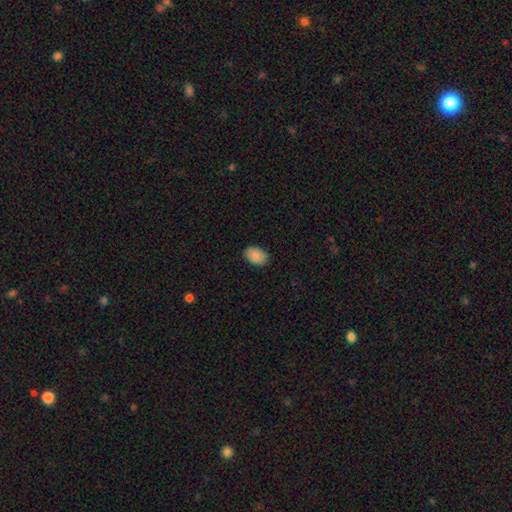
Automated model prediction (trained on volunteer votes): This appears to be a smooth galaxy with no disk features (90%) that is in between round and cigar-shaped (86%). Merging: none (88%).